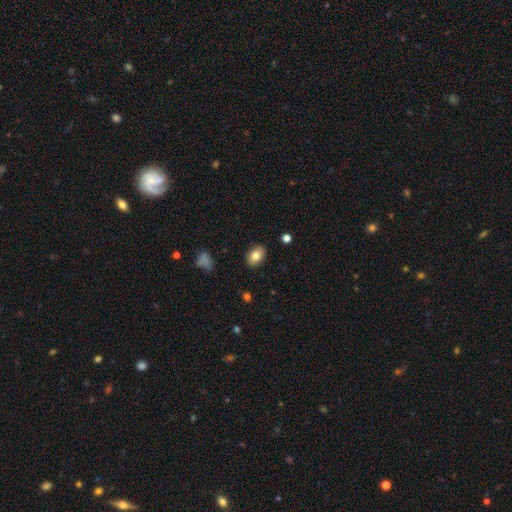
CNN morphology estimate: Overall: smooth (80%). How rounded: in between (82%). Merging: none (88%).